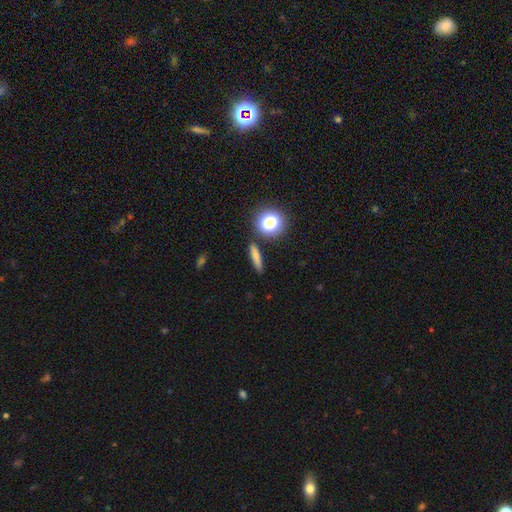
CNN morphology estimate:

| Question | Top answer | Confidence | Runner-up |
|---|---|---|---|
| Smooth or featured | smooth | 78% | featured or disk (13%) |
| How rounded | cigar-shaped | 59% | round (24%) |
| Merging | none | 82% | minor disturbance (9%) |